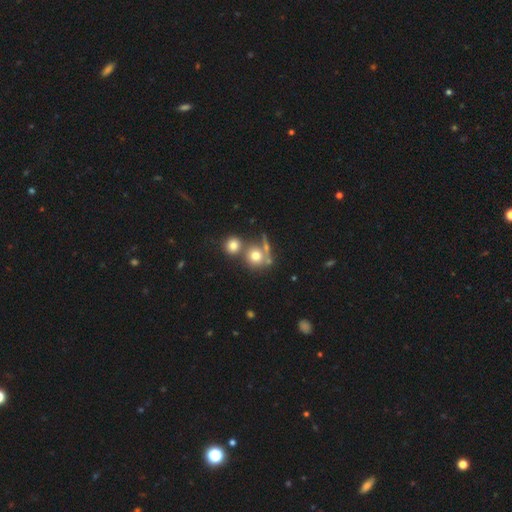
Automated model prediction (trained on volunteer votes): smooth 68%, featured or disk 18%, star or artifact 13%. Down the decision tree: how rounded — round (85%); merging — none (48%).